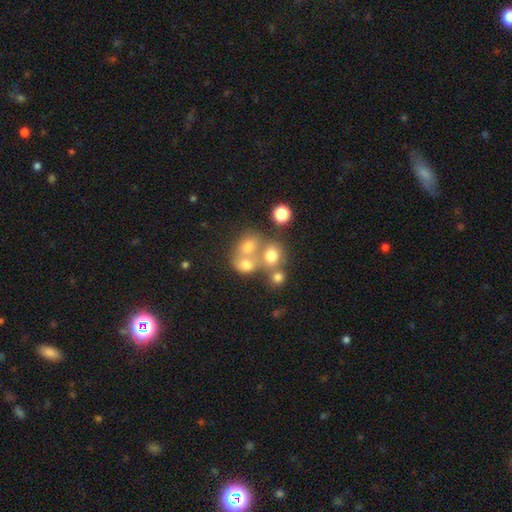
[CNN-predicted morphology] Smooth or featured? Predicted: smooth (p=0.46). Merging? Predicted: merger (p=0.53).